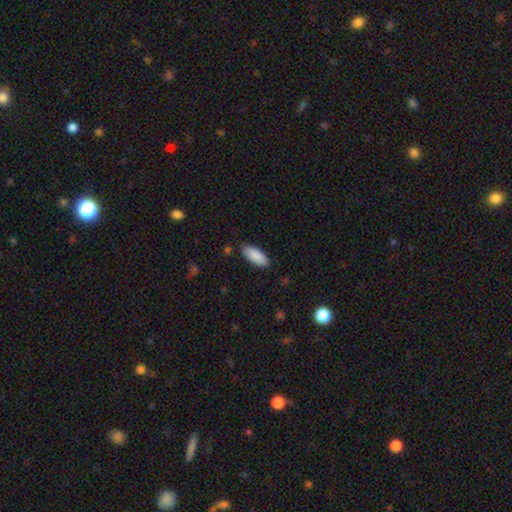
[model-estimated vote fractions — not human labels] This appears to be a smooth galaxy with no disk features (89%) that is in between round and cigar-shaped (79%). Merging: none (84%).